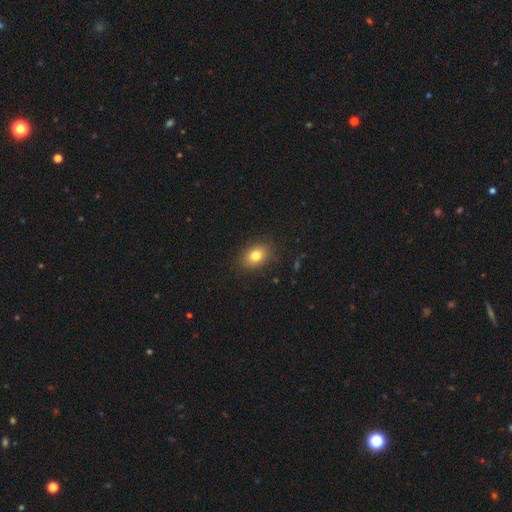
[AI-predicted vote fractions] Smooth or featured?
  - smooth: 80% *
  - star or artifact: 11%
  - featured or disk: 9%
How rounded?
  - in between: 66% *
  - round: 33%
  - cigar-shaped: 1%
Merging?
  - none: 87% *
  - minor disturbance: 9%
  - major disturbance: 3%
  - merger: 1%